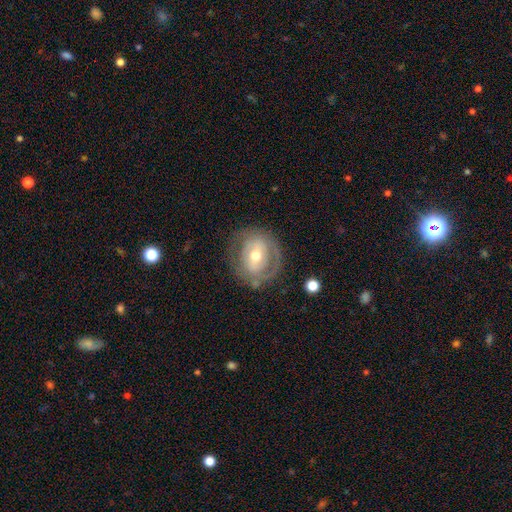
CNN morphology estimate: type=featured or disk (65%); edge-on=no (94%); bar=no (38%); spiral arms=no (53%); bulge=moderate (66%); merging=none (70%).